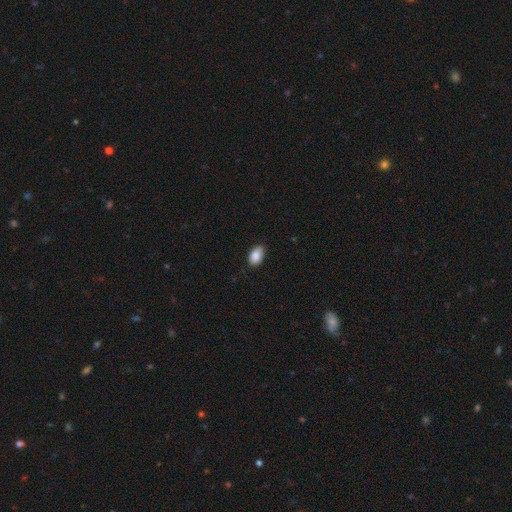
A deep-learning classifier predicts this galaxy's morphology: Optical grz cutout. It shows a smooth galaxy with no disk features (88%) that is in between round and cigar-shaped (92%). Merging: none (81%).